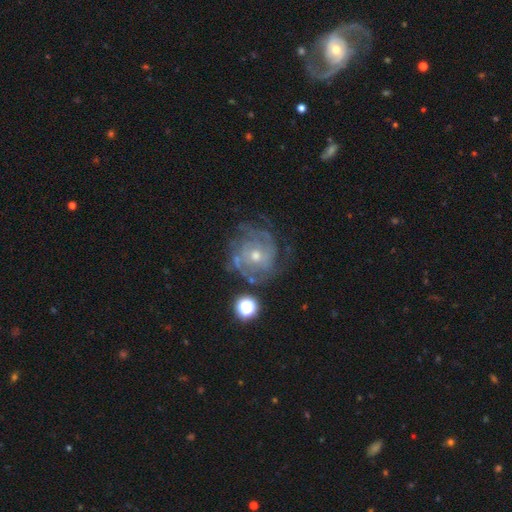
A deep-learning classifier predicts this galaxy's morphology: Smooth or featured: featured or disk — 82% (smooth — 9%)
Edge-on disk: no — 98% (yes — 2%)
Bar: no — 73% (weak — 22%)
Spiral arms: yes — 91% (no — 9%)
Spiral winding: tight — 66% (medium — 27%)
Spiral arm count: can't tell — 40% (3 — 21%)
Bulge size: moderate — 53% (small — 43%)
Merging: none — 66% (minor disturbance — 19%)